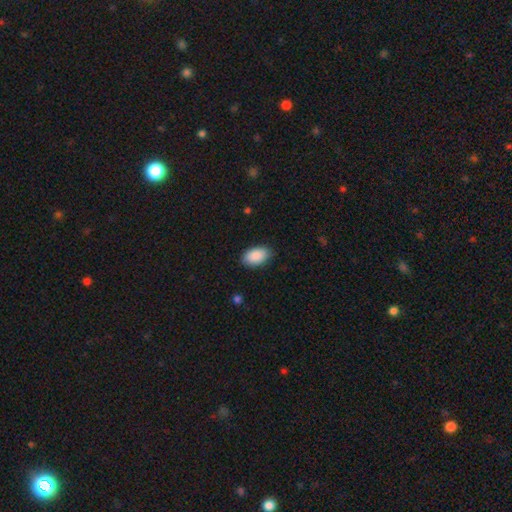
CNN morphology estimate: This appears to be a smooth galaxy with no disk features (90%) that is in between round and cigar-shaped (94%). Merging: none (86%).